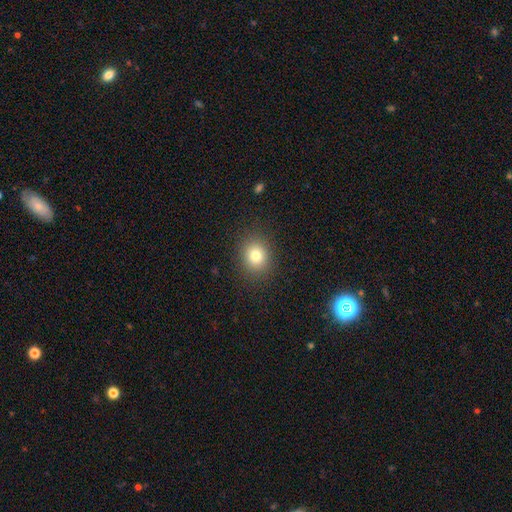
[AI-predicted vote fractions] Smooth or featured? Predicted: smooth (p=0.79). How rounded? Predicted: round (p=0.70). Merging? Predicted: none (p=0.88).